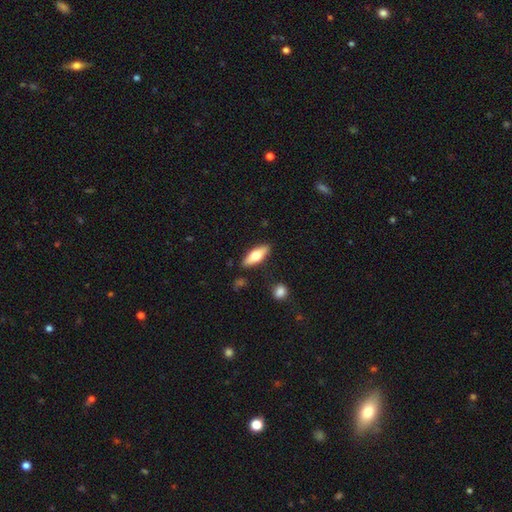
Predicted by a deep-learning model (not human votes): This appears to be a smooth galaxy with no disk features (63%) that is in between round and cigar-shaped (57%). Merging: none (86%).